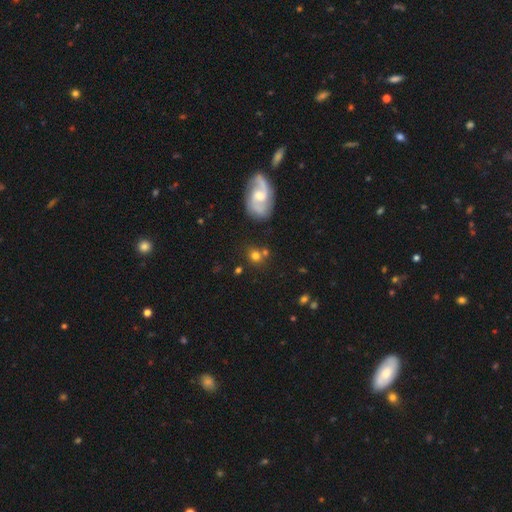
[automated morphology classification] Smooth or featured? smooth (66%)
How rounded? round (78%)
Merging? none (68%)